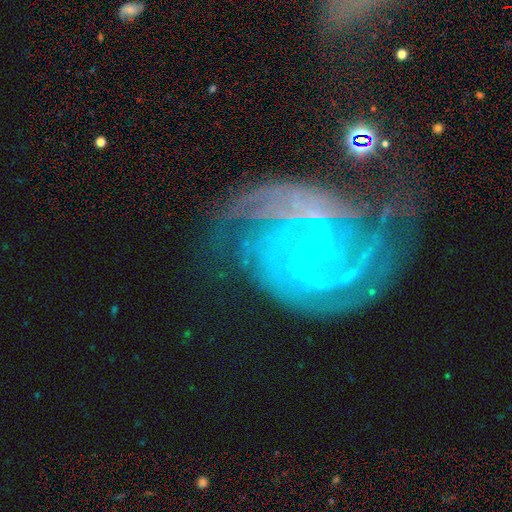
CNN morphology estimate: Smooth or featured: featured or disk — 87% (star or artifact — 8%)
Edge-on disk: no — 98% (yes — 2%)
Bar: no — 48% (weak — 35%)
Spiral arms: yes — 97% (no — 3%)
Spiral winding: tight — 64% (medium — 30%)
Spiral arm count: 2 — 27% (3 — 21%)
Bulge size: small — 73% (none — 20%)
Merging: none — 54% (minor disturbance — 21%)